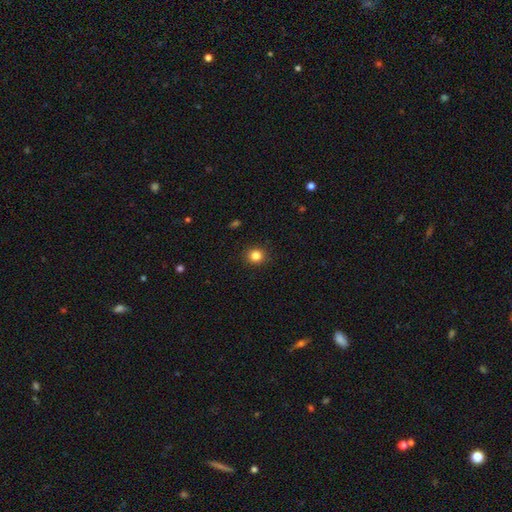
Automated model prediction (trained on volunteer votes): smooth_or_featured: smooth (p=0.84) [alt: star or artifact p=0.12]
how_rounded: round (p=0.87) [alt: in between p=0.12]
merging: none (p=0.91) [alt: minor disturbance p=0.06]